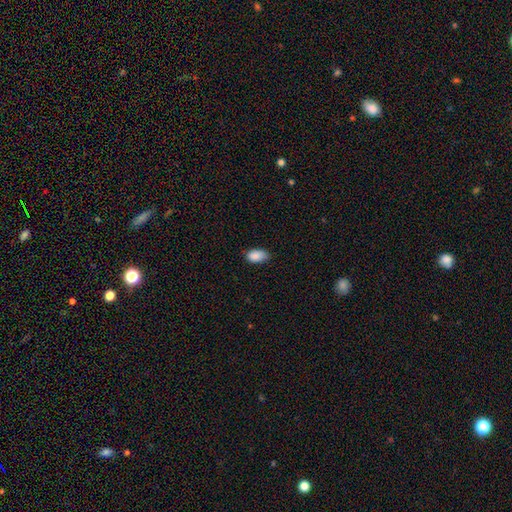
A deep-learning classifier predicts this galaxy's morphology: A smooth galaxy with no disk features (88%) that is in between round and cigar-shaped (93%). Merging: none (73%).